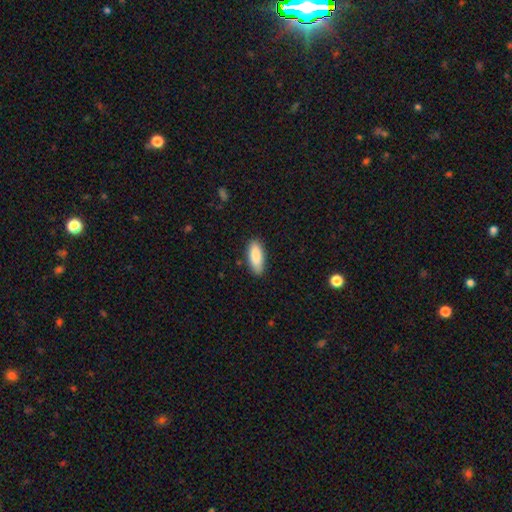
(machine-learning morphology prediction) type=smooth (88%); roundness=in between (75%); merging=none (85%).